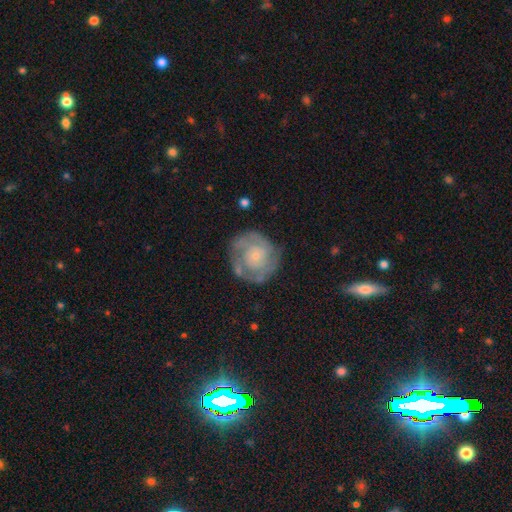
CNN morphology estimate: Q: Smooth or featured?
A: featured or disk (71%); runner-up: smooth (23%)
Q: Edge-on disk?
A: no (98%); runner-up: yes (2%)
Q: Bar?
A: no (82%); runner-up: weak (15%)
Q: Spiral arms?
A: yes (77%); runner-up: no (23%)
Q: Spiral winding?
A: tight (62%); runner-up: medium (28%)
Q: Spiral arm count?
A: 2 (37%); runner-up: can't tell (36%)
Q: Bulge size?
A: small (75%); runner-up: moderate (16%)
Q: Merging?
A: none (70%); runner-up: minor disturbance (18%)